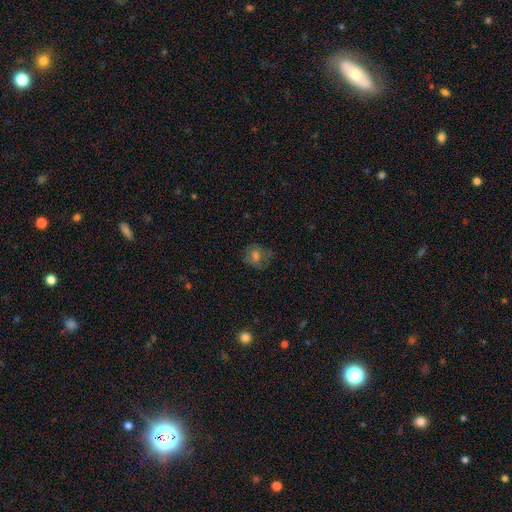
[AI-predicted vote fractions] smooth-or-featured: smooth: 59% | featured or disk: 25% | star or artifact: 16%
  how-rounded: round: 66% | in between: 33% | cigar-shaped: 1%
  merging: none: 69% | minor disturbance: 19% | major disturbance: 10% | merger: 2%